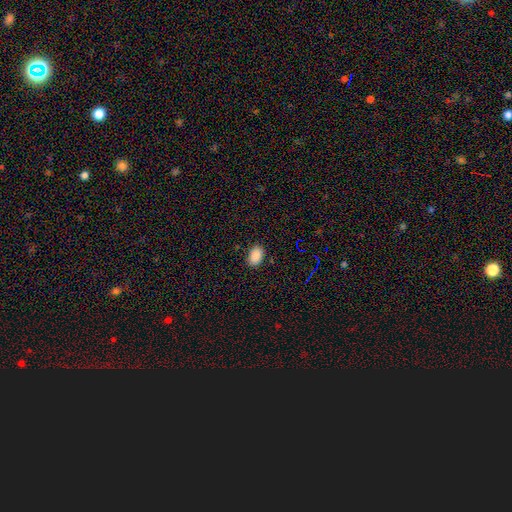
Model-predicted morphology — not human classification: Overall: smooth (88%). How rounded: in between (86%). Merging: none (87%).